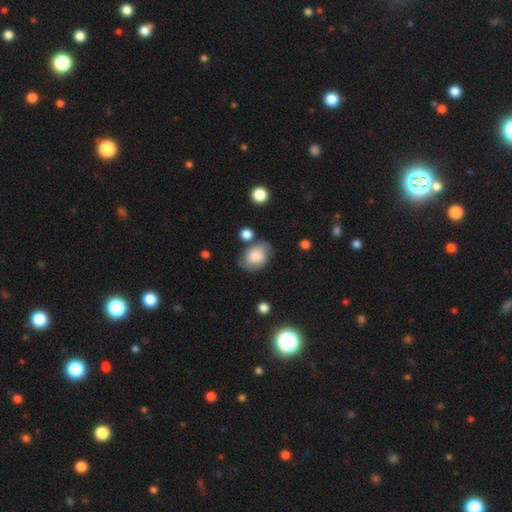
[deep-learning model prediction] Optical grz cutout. It shows a smooth galaxy with no disk features (75%) that is in between round and cigar-shaped (72%). Merging: none (60%).